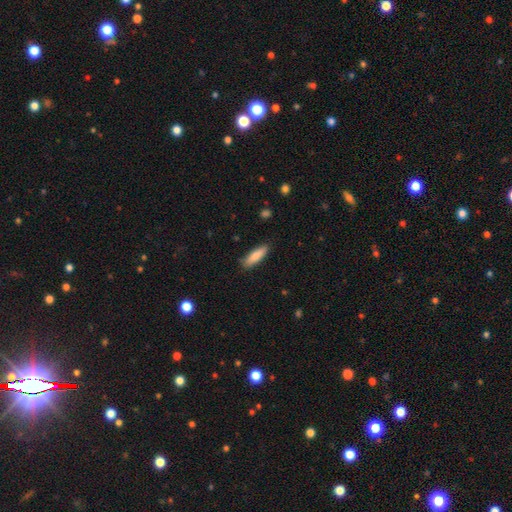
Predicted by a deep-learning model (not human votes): A smooth galaxy with no disk features (81%) that is cigar-shaped (55%).

Vote fractions:
- Smooth or featured? smooth: 81% / featured or disk: 13% / star or artifact: 6%
- How rounded? cigar-shaped: 55% / in between: 44% / round: 2%
- Merging? none: 85% / minor disturbance: 12% / major disturbance: 2% / merger: 1%